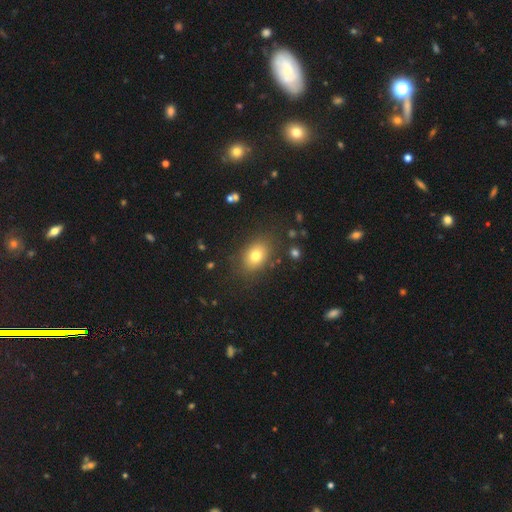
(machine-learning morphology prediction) Smooth or featured? Predicted: smooth (p=0.76). How rounded? Predicted: in between (p=0.69). Merging? Predicted: none (p=0.83).